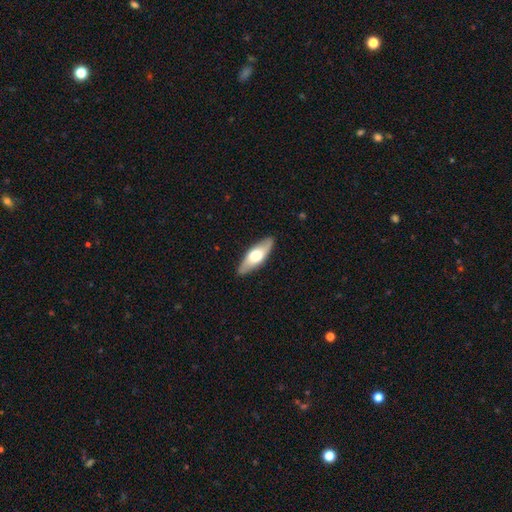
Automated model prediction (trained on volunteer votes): smooth-or-featured: smooth: 54% | featured or disk: 41% | star or artifact: 5%
  how-rounded: in between: 59% | cigar-shaped: 38% | round: 2%
  merging: none: 88% | minor disturbance: 9% | major disturbance: 2% | merger: 1%